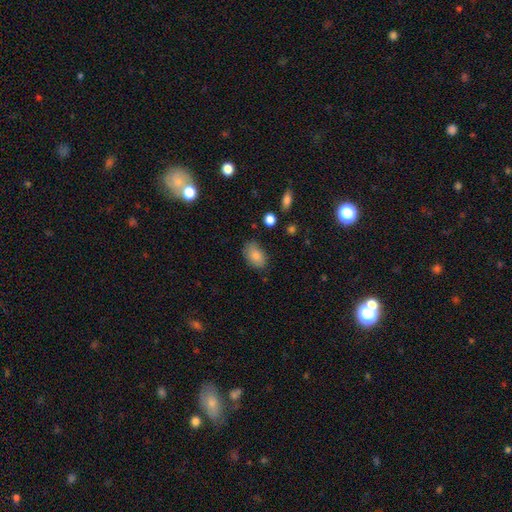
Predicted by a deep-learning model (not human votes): smooth_or_featured: smooth (p=0.85) [alt: star or artifact p=0.08]
how_rounded: in between (p=0.88) [alt: round p=0.11]
merging: none (p=0.74) [alt: minor disturbance p=0.19]